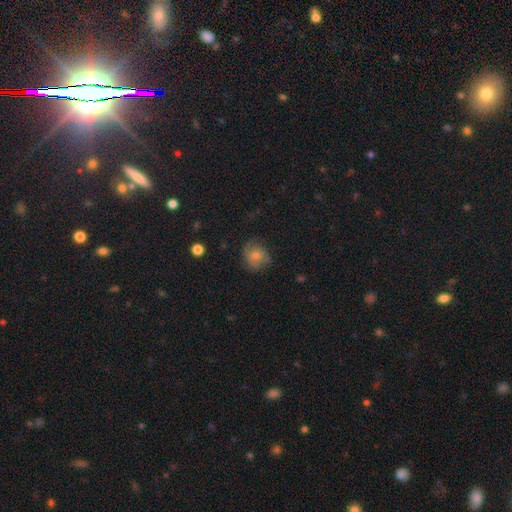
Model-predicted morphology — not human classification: Overall: smooth (68%). How rounded: round (75%). Merging: none (64%; minor disturbance 24%).